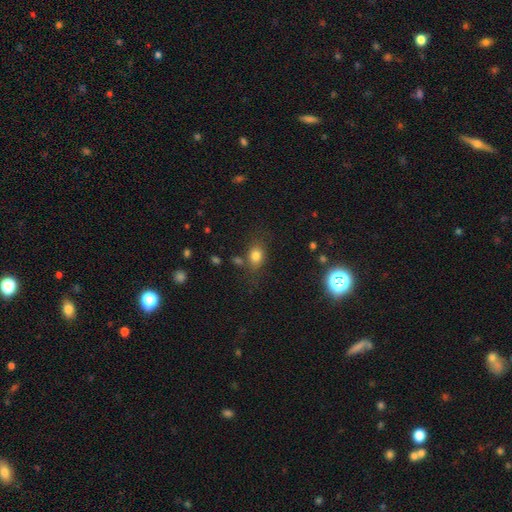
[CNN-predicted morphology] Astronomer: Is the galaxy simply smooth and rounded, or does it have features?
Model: smooth — 79%.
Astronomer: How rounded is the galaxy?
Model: in between — 64%.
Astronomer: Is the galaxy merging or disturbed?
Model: none — 69%.